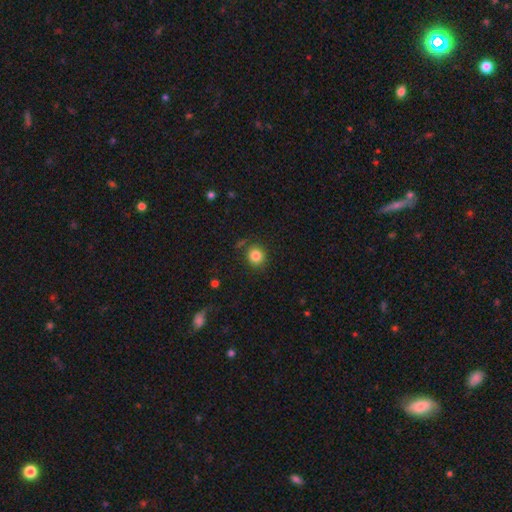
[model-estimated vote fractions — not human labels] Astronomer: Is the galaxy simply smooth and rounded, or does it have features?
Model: smooth — 84%.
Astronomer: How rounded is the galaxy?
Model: round — 84%.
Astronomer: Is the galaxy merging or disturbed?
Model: none — 85%.